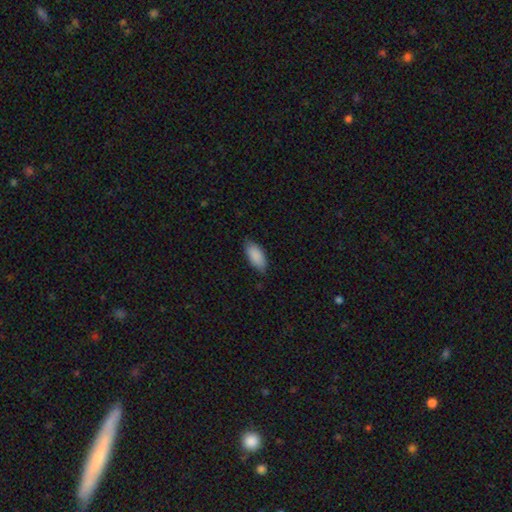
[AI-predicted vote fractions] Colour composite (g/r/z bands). It shows a smooth galaxy with no disk features (89%) that is in between round and cigar-shaped (88%). Merging: none (77%).